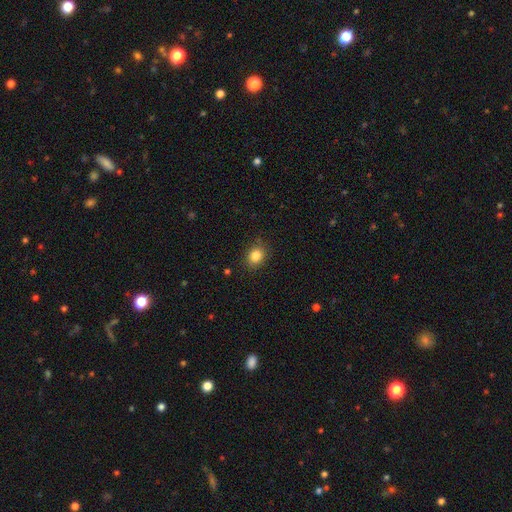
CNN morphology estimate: Smooth or featured? smooth (84%)
How rounded? round (56%)
Merging? none (85%)